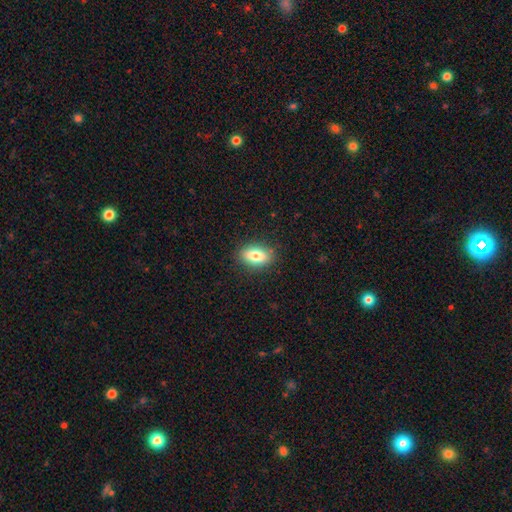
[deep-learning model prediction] Smooth or featured?
  - smooth: 78% *
  - featured or disk: 14%
  - star or artifact: 8%
How rounded?
  - in between: 87% *
  - round: 9%
  - cigar-shaped: 4%
Merging?
  - none: 86% *
  - minor disturbance: 10%
  - major disturbance: 3%
  - merger: 1%